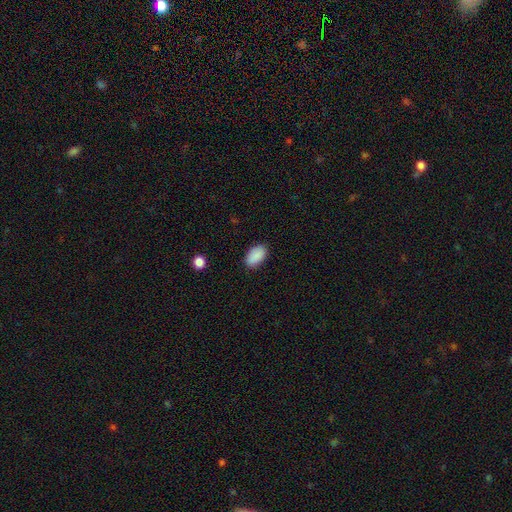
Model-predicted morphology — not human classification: smooth_or_featured: smooth (p=0.90) [alt: star or artifact p=0.07]
how_rounded: in between (p=0.93) [alt: round p=0.05]
merging: none (p=0.87) [alt: minor disturbance p=0.10]